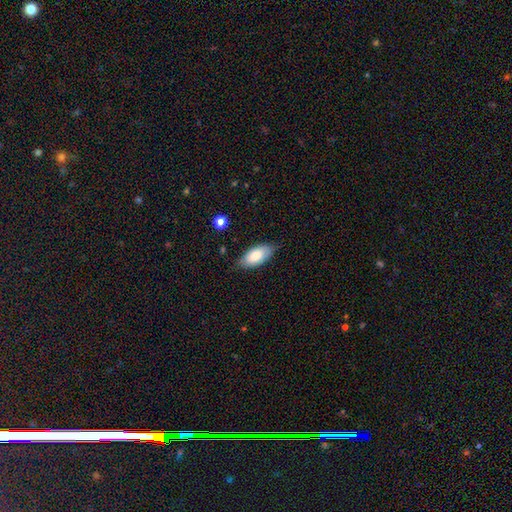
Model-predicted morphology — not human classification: Overall: smooth (80%). How rounded: in between (92%). Merging: none (77%).